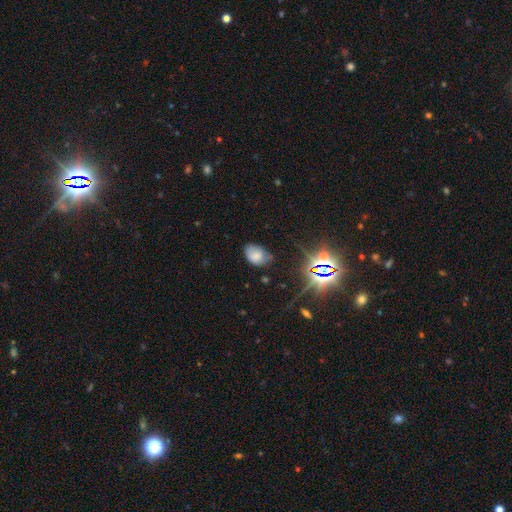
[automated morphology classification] smooth_or_featured: smooth (p=0.70) [alt: star or artifact p=0.17]
how_rounded: in between (p=0.84) [alt: round p=0.15]
merging: none (p=0.59) [alt: minor disturbance p=0.30]